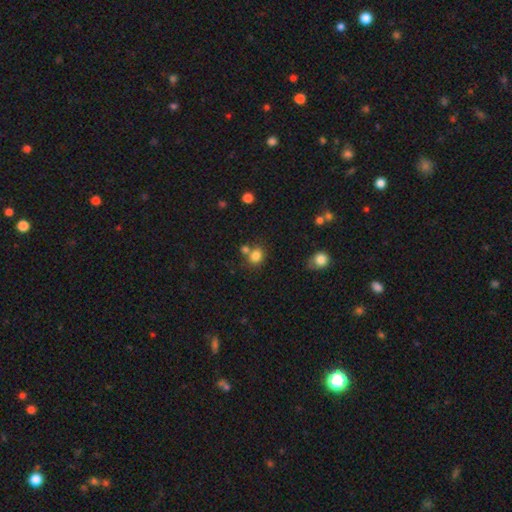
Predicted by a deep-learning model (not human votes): This appears to be a smooth galaxy with no disk features (82%) that is round (65%). Merging: none (59%).